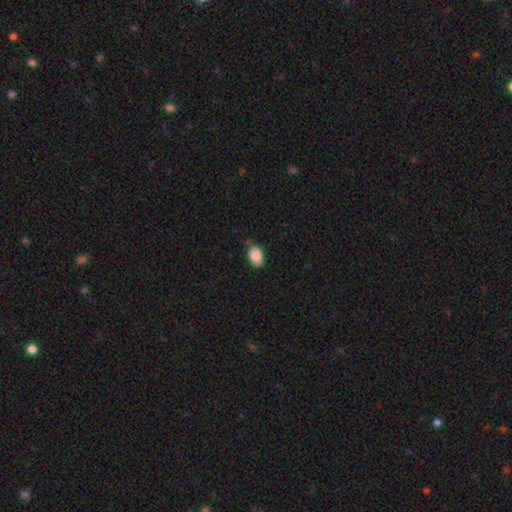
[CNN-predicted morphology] Overall: smooth (88%). How rounded: in between (83%). Merging: none (74%).